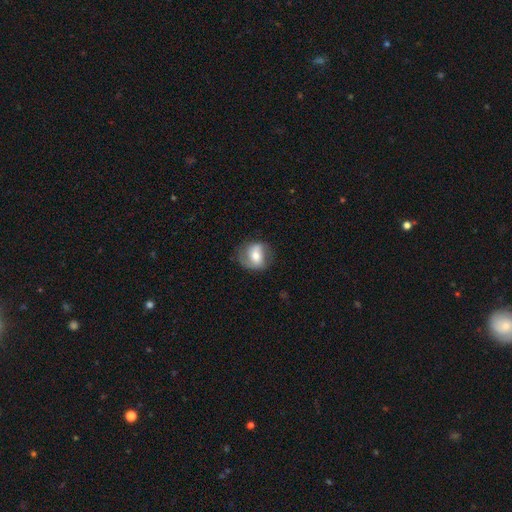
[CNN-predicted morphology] The model was most divided on "smooth or featured": featured or disk: 51%, smooth: 42%, star or artifact: 7%. More confident: edge-on disk — no (95%); merging — none (70%).